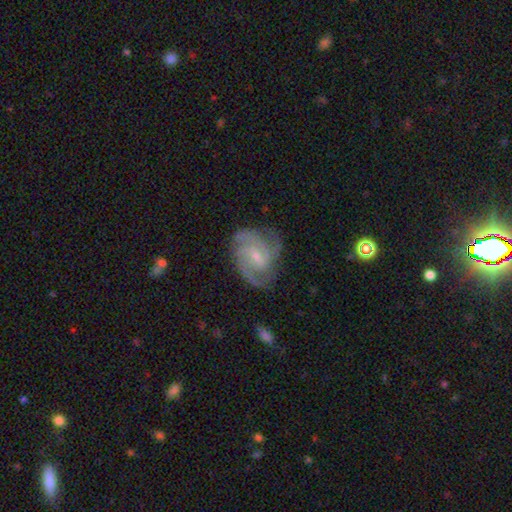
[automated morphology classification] type=featured or disk (88%); edge-on=no (98%); bar=weak (51%); spiral arms=yes (97%); winding=medium (48%); arm count=3 (44%); bulge=small (70%); merging=none (72%).